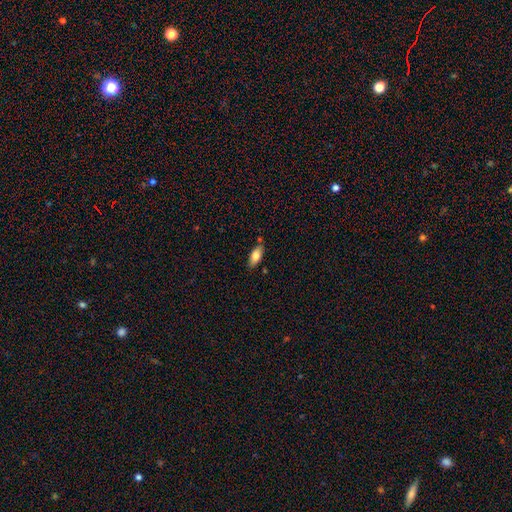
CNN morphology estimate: type=smooth (77%); roundness=in between (83%); merging=none (79%).